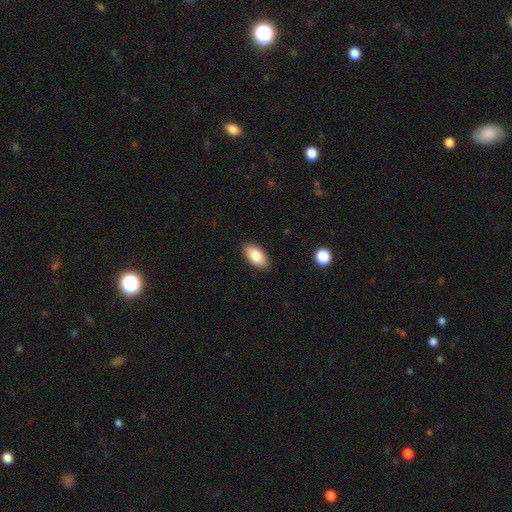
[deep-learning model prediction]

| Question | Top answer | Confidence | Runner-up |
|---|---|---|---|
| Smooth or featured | smooth | 83% | featured or disk (10%) |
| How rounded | in between | 94% | round (3%) |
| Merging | none | 88% | minor disturbance (9%) |